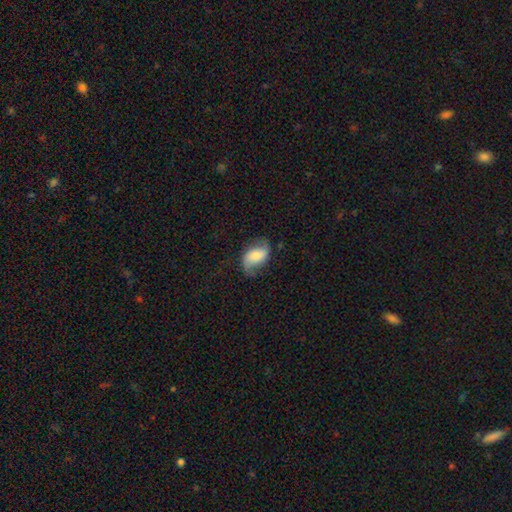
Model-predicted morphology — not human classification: The model was most divided on "bulge size": moderate: 45%, small: 33%, large: 13%, none: 6%, dominant: 3%. Remaining: edge-on disk — no (96%); spiral arms — yes (89%); merging — none (68%); smooth or featured — featured or disk (55%); bar — no (49%).